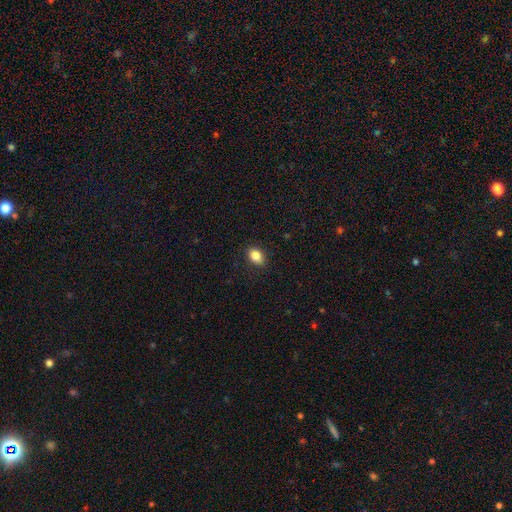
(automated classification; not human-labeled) Overall: smooth (85%). How rounded: in between (76%). Merging: none (88%).